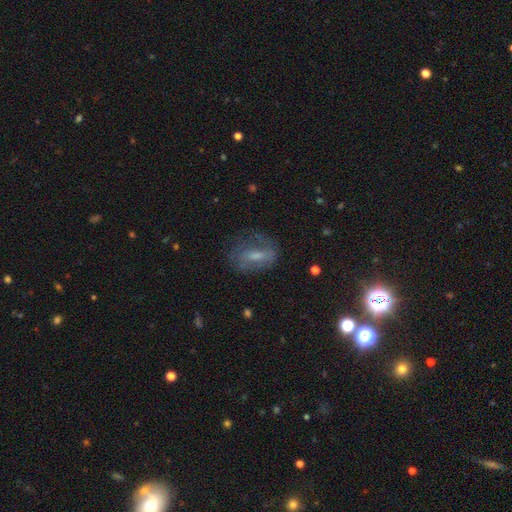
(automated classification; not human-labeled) This is possibly a featured or disk galaxy (51%). It is clearly not viewed edge-on (91%). Merging: possibly none (60%).